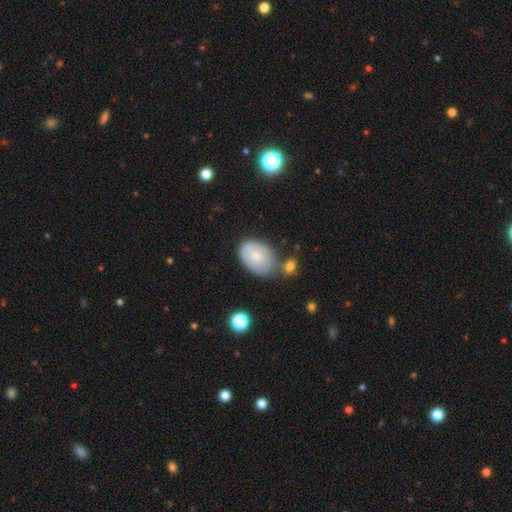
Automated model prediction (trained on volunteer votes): smooth-or-featured: smooth: 69% | featured or disk: 24% | star or artifact: 7%
  how-rounded: in between: 80% | round: 19% | cigar-shaped: 1%
  merging: none: 54% | minor disturbance: 26% | merger: 13% | major disturbance: 7%